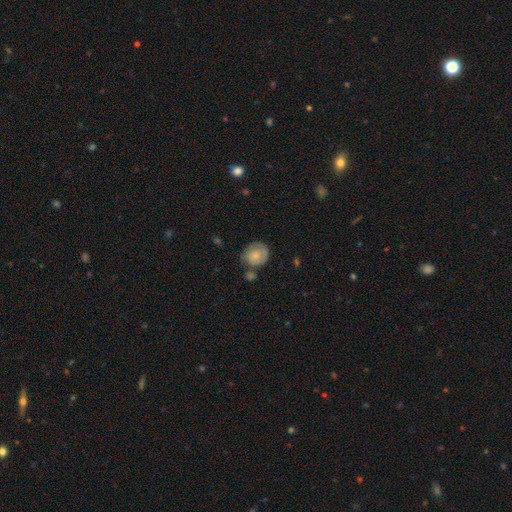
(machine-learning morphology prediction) smooth-or-featured: smooth: 64% | featured or disk: 29% | star or artifact: 7%
  how-rounded: round: 71% | in between: 28% | cigar-shaped: 1%
  merging: none: 52% | minor disturbance: 25% | merger: 12% | major disturbance: 10%